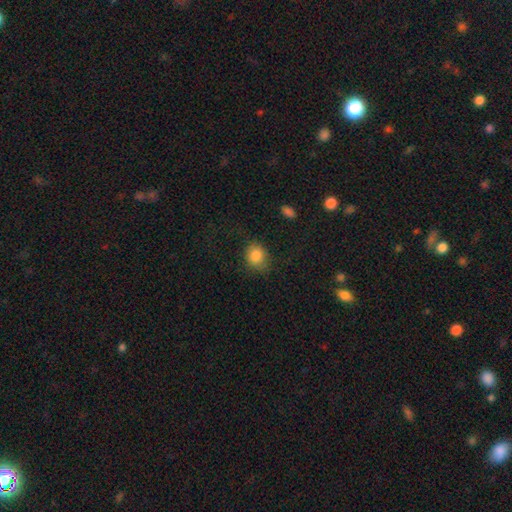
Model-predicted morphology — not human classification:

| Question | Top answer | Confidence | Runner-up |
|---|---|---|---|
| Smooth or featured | smooth | 84% | star or artifact (9%) |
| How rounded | round | 59% | in between (40%) |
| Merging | none | 73% | minor disturbance (19%) |